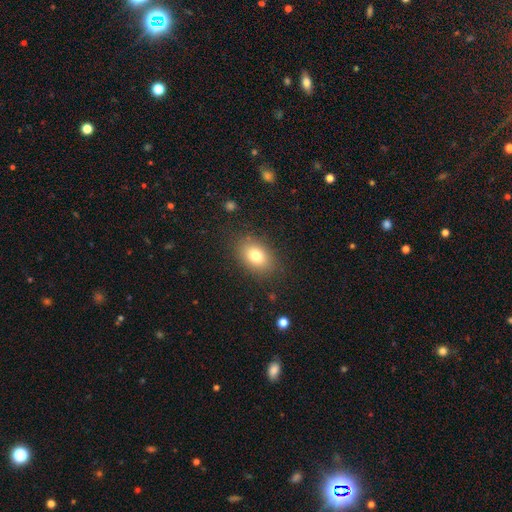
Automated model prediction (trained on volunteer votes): smooth_or_featured: smooth (p=0.78) [alt: featured or disk p=0.12]
how_rounded: in between (p=0.81) [alt: round p=0.17]
merging: none (p=0.84) [alt: minor disturbance p=0.11]